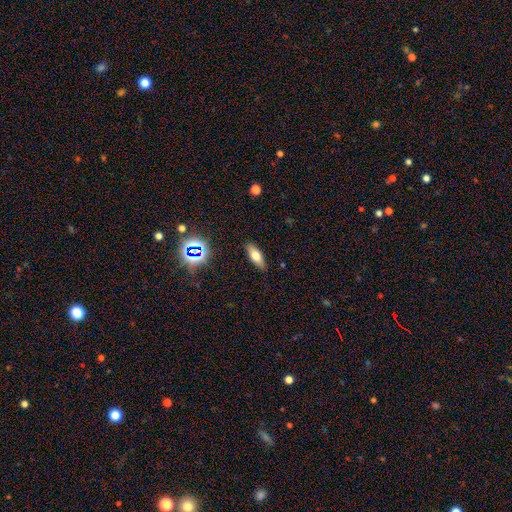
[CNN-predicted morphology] Smooth or featured?
  - smooth: 65% *
  - featured or disk: 23%
  - star or artifact: 12%
How rounded?
  - in between: 69% *
  - cigar-shaped: 26%
  - round: 4%
Merging?
  - none: 86% *
  - minor disturbance: 10%
  - major disturbance: 2%
  - merger: 1%